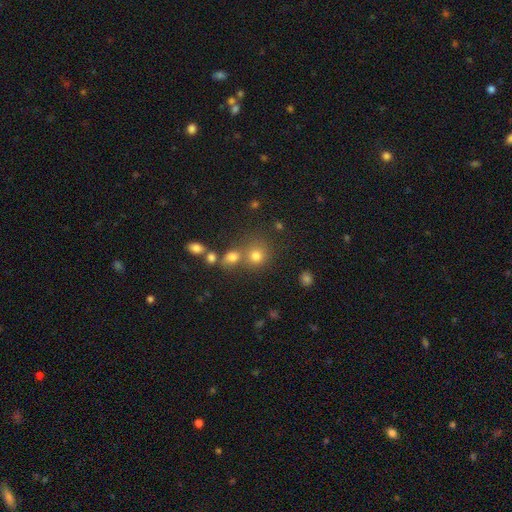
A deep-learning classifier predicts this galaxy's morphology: Overall: smooth (73%). How rounded: round (84%). Merging: none (56%; merger 31%).